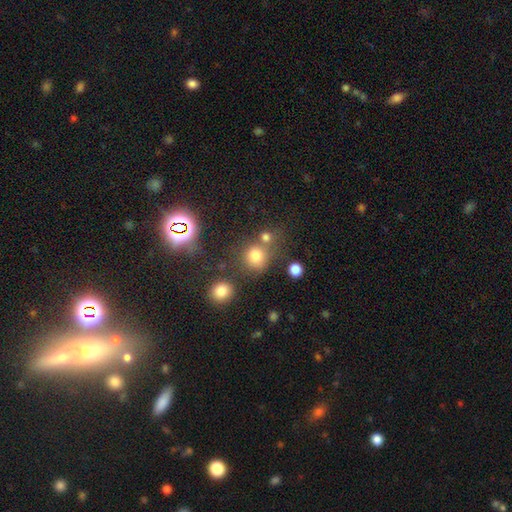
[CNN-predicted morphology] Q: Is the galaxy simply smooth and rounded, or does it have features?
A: smooth — 75%.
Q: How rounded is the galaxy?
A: round — 85%.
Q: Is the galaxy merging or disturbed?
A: none — 62%.